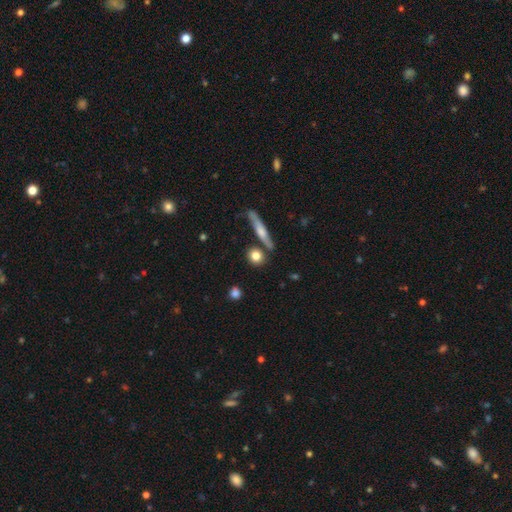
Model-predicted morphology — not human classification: A smooth galaxy with no disk features (79%) that is round (74%).

Vote fractions:
- Smooth or featured? smooth: 79% / featured or disk: 13% / star or artifact: 8%
- How rounded? round: 74% / in between: 17% / cigar-shaped: 9%
- Merging? none: 74% / merger: 12% / minor disturbance: 11% / major disturbance: 4%